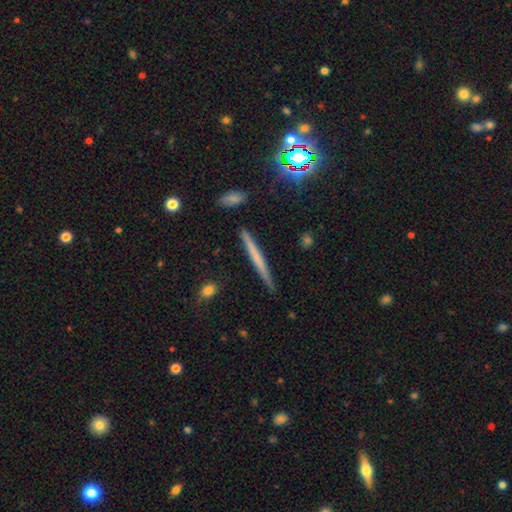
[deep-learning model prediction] Smooth or featured? Predicted: smooth (p=0.48). Merging? Predicted: none (p=0.86).